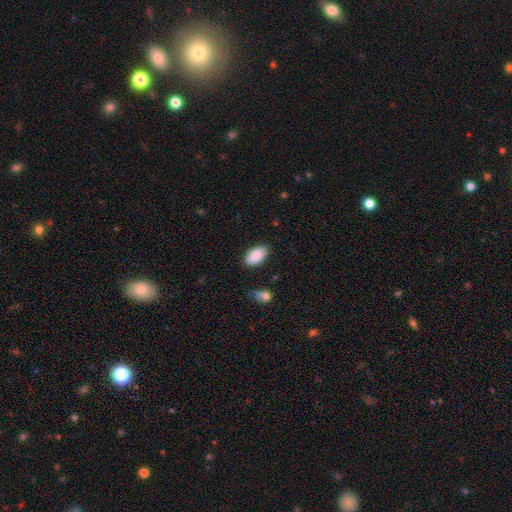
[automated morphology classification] The model was most divided on "merging": none: 80%, minor disturbance: 15%, major disturbance: 3%, merger: 2%. More confident: how rounded — in between (94%); smooth or featured — smooth (86%).